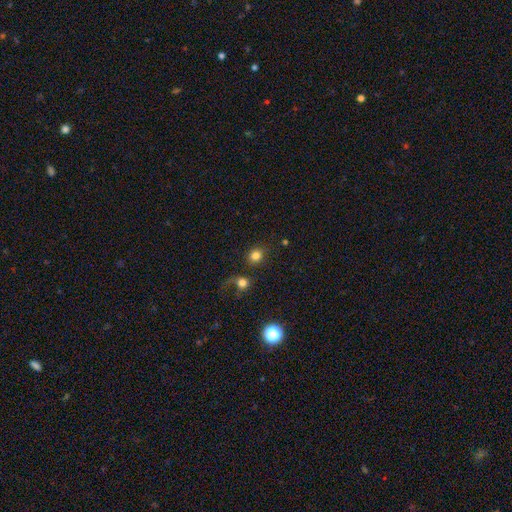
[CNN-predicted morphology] Q: Smooth or featured?
A: smooth (80%); runner-up: star or artifact (12%)
Q: How rounded?
A: round (76%); runner-up: in between (23%)
Q: Merging?
A: none (71%); runner-up: merger (12%)